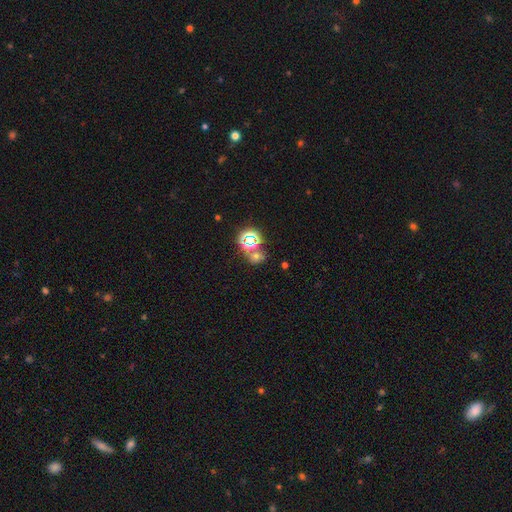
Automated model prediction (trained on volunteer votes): Overall: star or artifact (55%; smooth 34%).